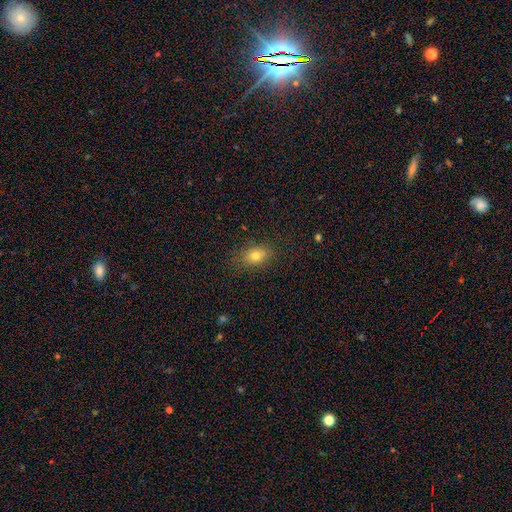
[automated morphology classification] type=smooth (78%); roundness=in between (75%); merging=none (82%).